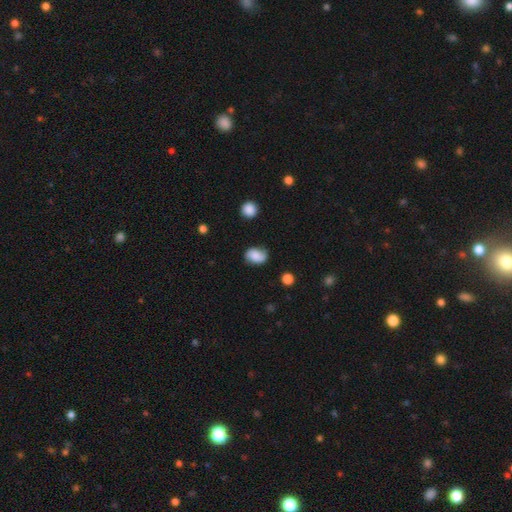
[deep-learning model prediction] This appears to be a smooth galaxy with no disk features (65%) that is in between round and cigar-shaped (69%). Merging: none (70%).